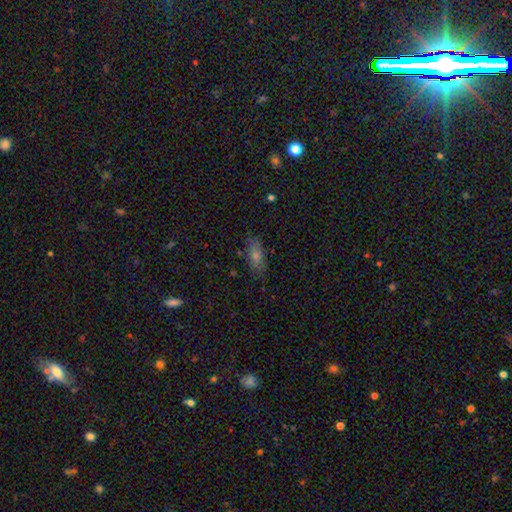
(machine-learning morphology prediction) This appears to be a smooth galaxy with no disk features (63%) that is in between round and cigar-shaped (67%). Merging: none (84%).